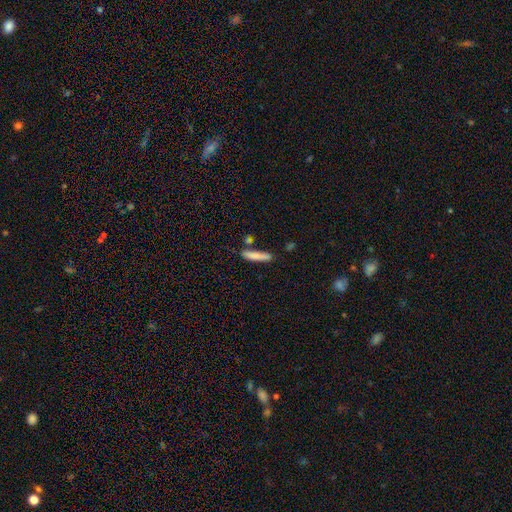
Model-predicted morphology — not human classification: Smooth or featured? smooth (80%)
How rounded? cigar-shaped (88%)
Merging? none (73%)